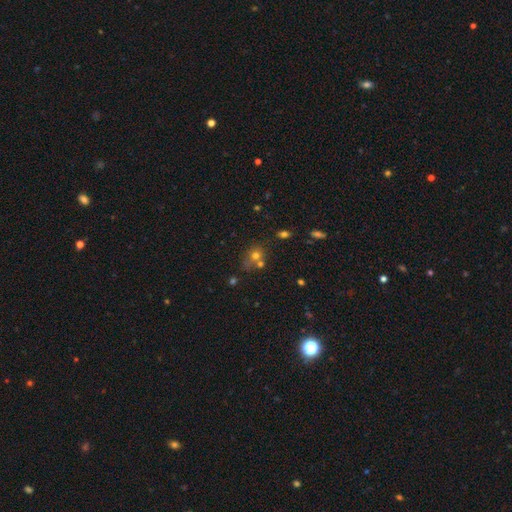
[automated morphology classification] A smooth galaxy with no disk features (63%) that is round (66%).

Vote fractions:
- Smooth or featured? smooth: 63% / star or artifact: 21% / featured or disk: 16%
- How rounded? round: 66% / in between: 32% / cigar-shaped: 1%
- Merging? none: 47% / merger: 34% / minor disturbance: 13% / major disturbance: 6%